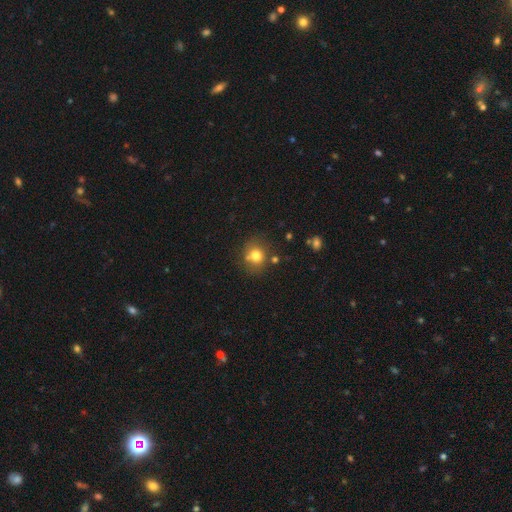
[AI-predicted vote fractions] The model was most divided on "merging": none: 71%, minor disturbance: 13%, merger: 12%, major disturbance: 4%. More confident: how rounded — round (80%); smooth or featured — smooth (77%).